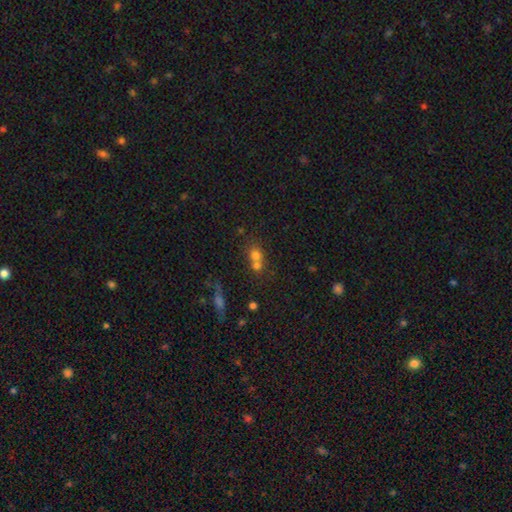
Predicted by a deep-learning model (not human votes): This is likely a smooth galaxy (69%). How rounded: likely round (71%). Merging: possibly merger (57%).